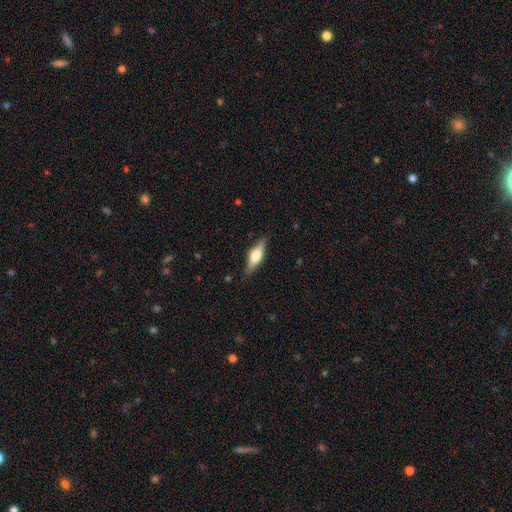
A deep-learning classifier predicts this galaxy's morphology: A featured or disk galaxy (55%) viewed edge-on (94%) with a rounded central bulge (91%).

Vote fractions:
- Smooth or featured? featured or disk: 55% / smooth: 38% / star or artifact: 6%
- Edge-on disk? yes: 94% / no: 6%
- Edge-on bulge? rounded: 91% / boxy: 7% / none: 2%
- Merging? none: 86% / minor disturbance: 10% / major disturbance: 2% / merger: 1%